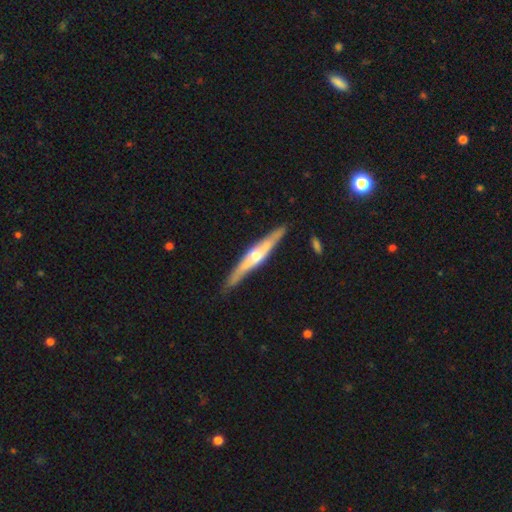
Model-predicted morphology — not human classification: A featured or disk galaxy (70%) viewed edge-on (94%) with a rounded central bulge (85%).

Vote fractions:
- Smooth or featured? featured or disk: 70% / smooth: 25% / star or artifact: 5%
- Edge-on disk? yes: 94% / no: 6%
- Edge-on bulge? rounded: 85% / none: 9% / boxy: 5%
- Merging? none: 86% / minor disturbance: 11% / major disturbance: 2% / merger: 1%